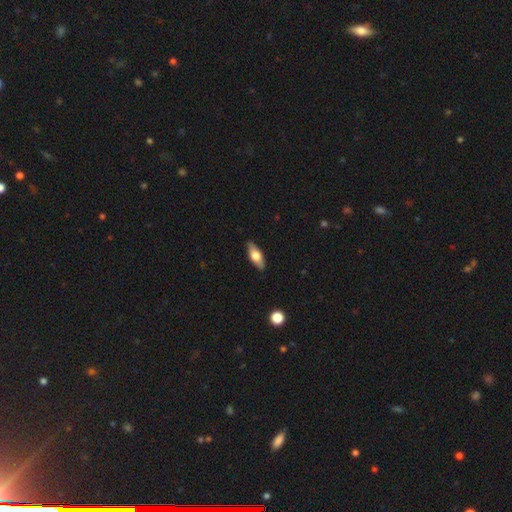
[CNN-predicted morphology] Smooth or featured? smooth (58%)
How rounded? in between (66%)
Merging? none (87%)